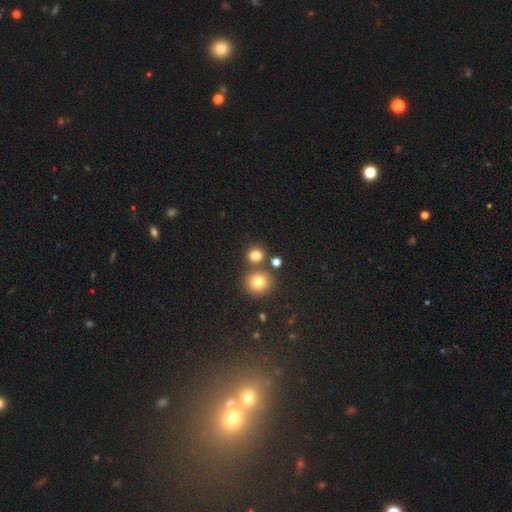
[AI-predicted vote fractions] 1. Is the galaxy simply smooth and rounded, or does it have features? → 76% smooth, 16% star or artifact, 7% featured or disk.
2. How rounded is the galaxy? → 85% round, 14% in between, 1% cigar-shaped.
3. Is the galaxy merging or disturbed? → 72% none, 17% merger, 8% minor disturbance, 3% major disturbance.